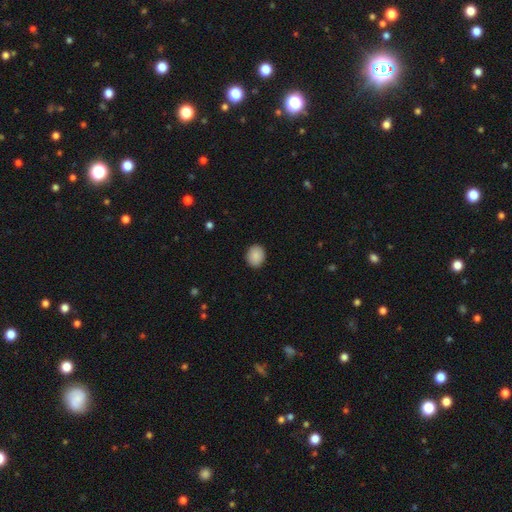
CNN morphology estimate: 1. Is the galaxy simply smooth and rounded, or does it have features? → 89% smooth, 8% star or artifact, 3% featured or disk.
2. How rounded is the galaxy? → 63% round, 36% in between, 1% cigar-shaped.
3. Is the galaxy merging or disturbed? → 89% none, 8% minor disturbance, 2% major disturbance, 1% merger.